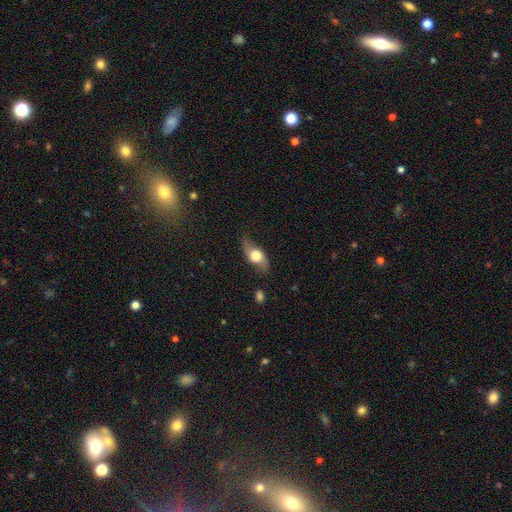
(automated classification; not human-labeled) smooth 47%, featured or disk 46%, star or artifact 7%. Down the decision tree: merging — none (68%).